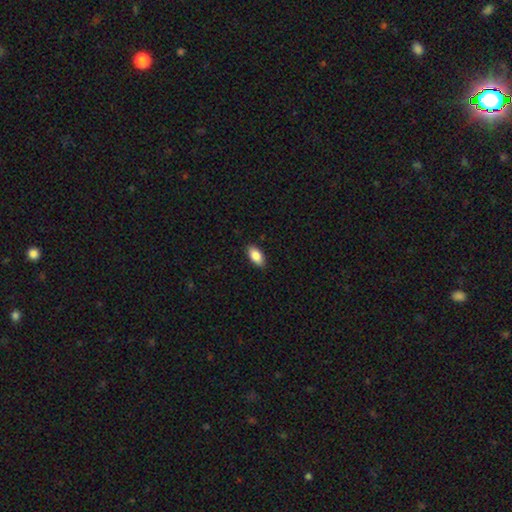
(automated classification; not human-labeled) smooth-or-featured: smooth: 87% | featured or disk: 7% | star or artifact: 7%
  how-rounded: in between: 91% | cigar-shaped: 6% | round: 3%
  merging: none: 88% | minor disturbance: 9% | major disturbance: 2% | merger: 1%